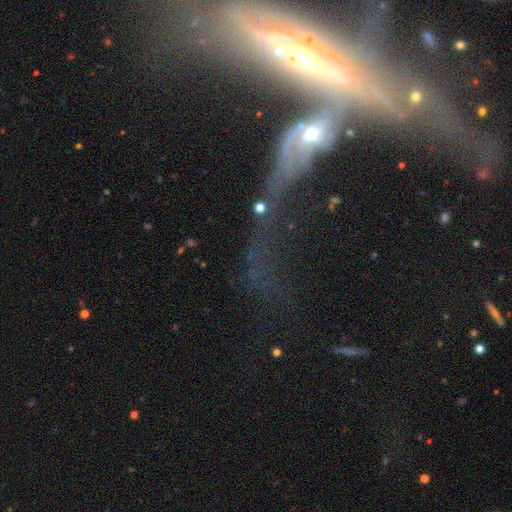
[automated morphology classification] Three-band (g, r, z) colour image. It shows a featured or disk galaxy (55%). Merging: merger (41%).